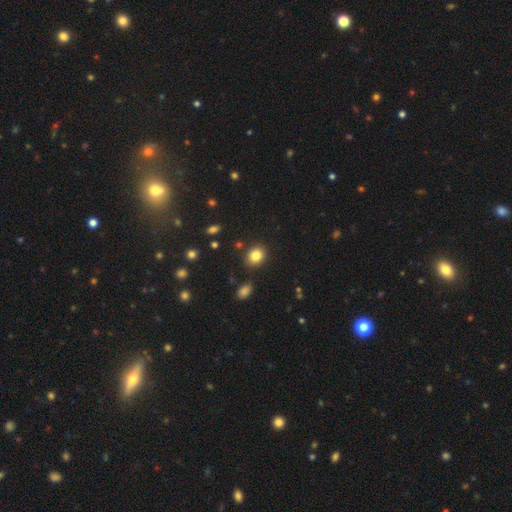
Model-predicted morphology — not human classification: Smooth or featured?
  - smooth: 84% *
  - star or artifact: 10%
  - featured or disk: 6%
How rounded?
  - round: 64% *
  - in between: 35%
  - cigar-shaped: 1%
Merging?
  - none: 86% *
  - minor disturbance: 9%
  - merger: 3%
  - major disturbance: 3%